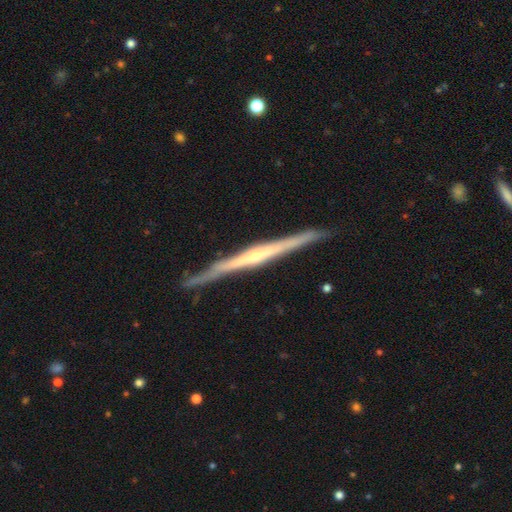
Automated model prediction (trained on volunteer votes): A featured or disk galaxy (82%) viewed edge-on (98%) with a rounded central bulge (58%). Merging: none (88%).